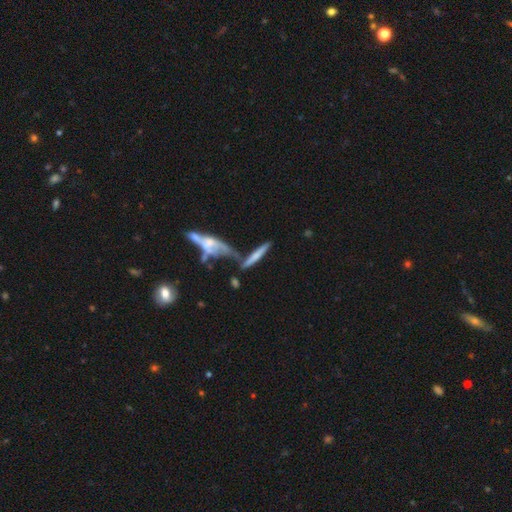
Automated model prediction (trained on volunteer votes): The model was most divided on "merging": none: 41%, merger: 37%, minor disturbance: 14%, major disturbance: 8%. More confident: how rounded — cigar-shaped (86%); smooth or featured — smooth (52%).